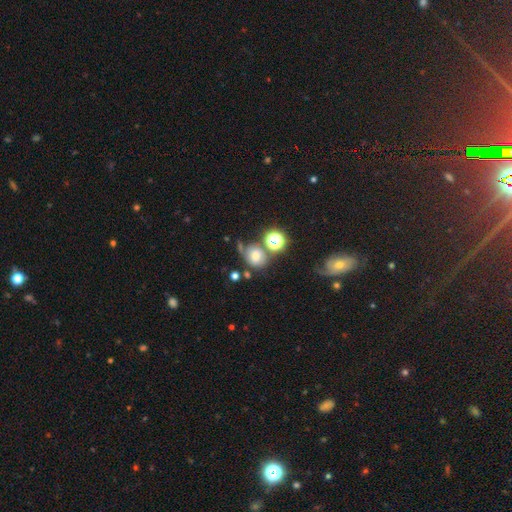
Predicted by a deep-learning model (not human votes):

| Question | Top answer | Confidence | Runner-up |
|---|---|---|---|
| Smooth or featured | smooth | 61% | featured or disk (19%) |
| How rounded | round | 74% | in between (25%) |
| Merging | none | 44% | merger (22%) |